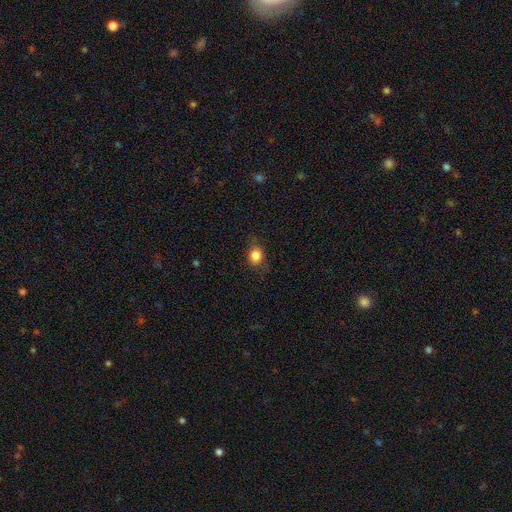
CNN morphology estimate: smooth 82%, star or artifact 10%, featured or disk 8%. Down the decision tree: how rounded — round (62%); merging — none (74%).